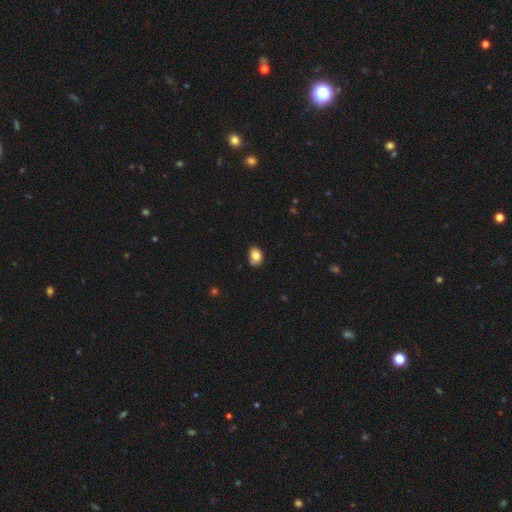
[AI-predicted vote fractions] A smooth galaxy with no disk features (81%) that is in between round and cigar-shaped (68%).

Vote fractions:
- Smooth or featured? smooth: 81% / featured or disk: 10% / star or artifact: 9%
- How rounded? in between: 68% / round: 31% / cigar-shaped: 1%
- Merging? none: 67% / minor disturbance: 26% / major disturbance: 4% / merger: 3%